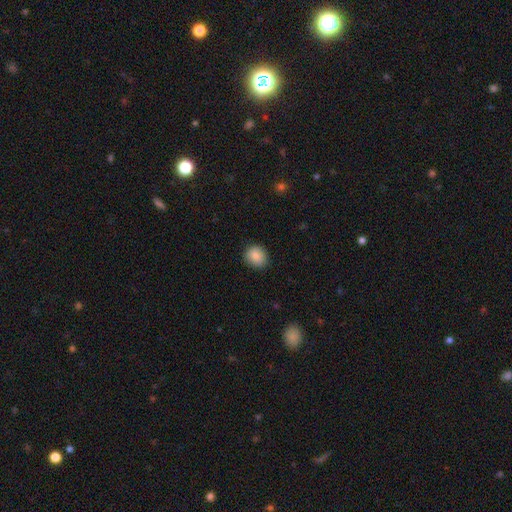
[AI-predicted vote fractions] Smooth or featured? smooth (86%)
How rounded? round (74%)
Merging? none (87%)